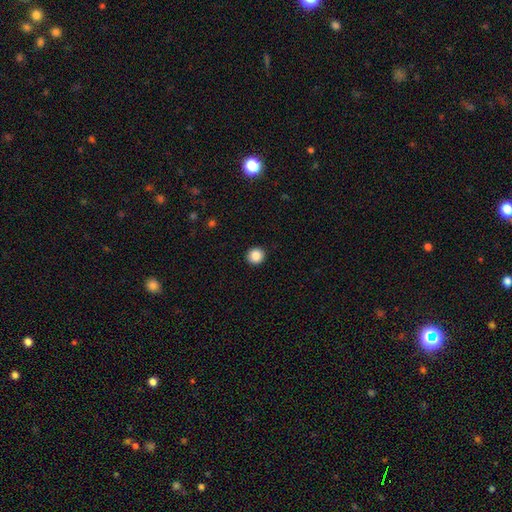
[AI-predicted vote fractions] This is clearly a smooth galaxy (87%). How rounded: clearly round (93%). Merging: clearly none (93%).